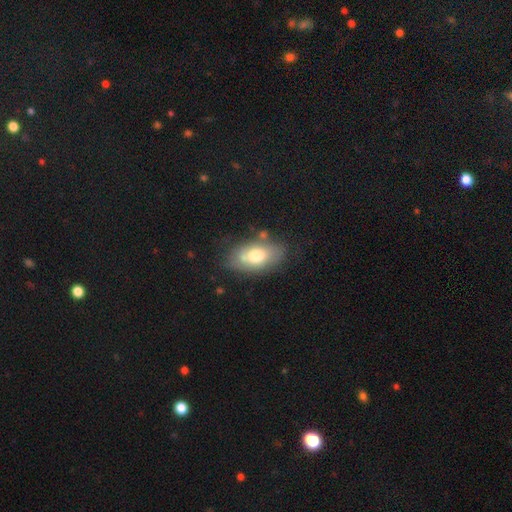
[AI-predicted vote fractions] Smooth or featured? smooth (69%)
How rounded? in between (90%)
Merging? none (65%)